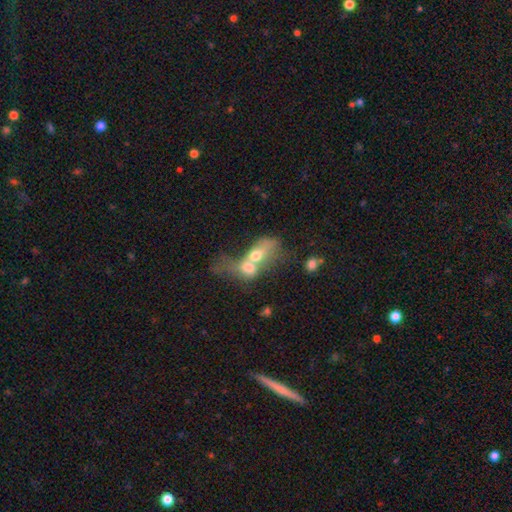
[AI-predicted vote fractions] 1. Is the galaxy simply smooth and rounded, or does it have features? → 56% smooth, 34% featured or disk, 11% star or artifact.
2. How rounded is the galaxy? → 64% in between, 29% round, 7% cigar-shaped.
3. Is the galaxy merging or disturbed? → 82% merger, 9% major disturbance, 6% none, 3% minor disturbance.